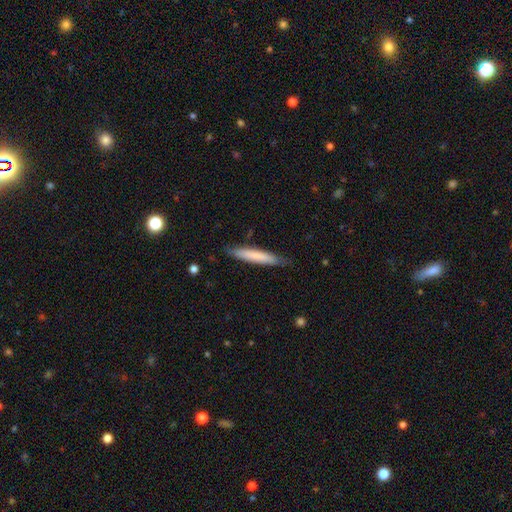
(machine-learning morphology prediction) Smooth or featured?
  - smooth: 71% *
  - featured or disk: 24%
  - star or artifact: 5%
How rounded?
  - cigar-shaped: 93% *
  - in between: 6%
  - round: 1%
Merging?
  - none: 82% *
  - minor disturbance: 14%
  - major disturbance: 2%
  - merger: 1%